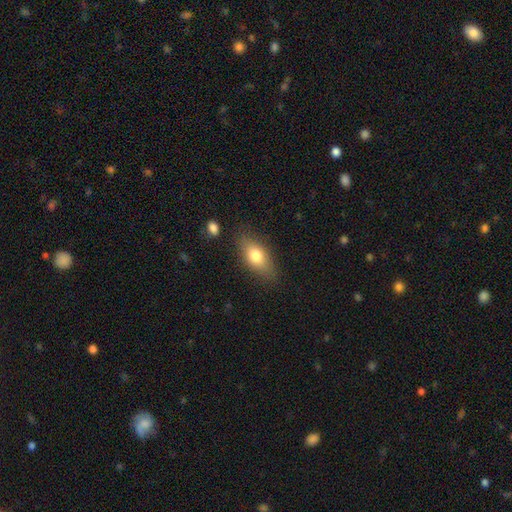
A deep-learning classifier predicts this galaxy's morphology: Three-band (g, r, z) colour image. It shows a smooth galaxy with no disk features (76%) that is in between round and cigar-shaped (82%). Merging: none (79%).